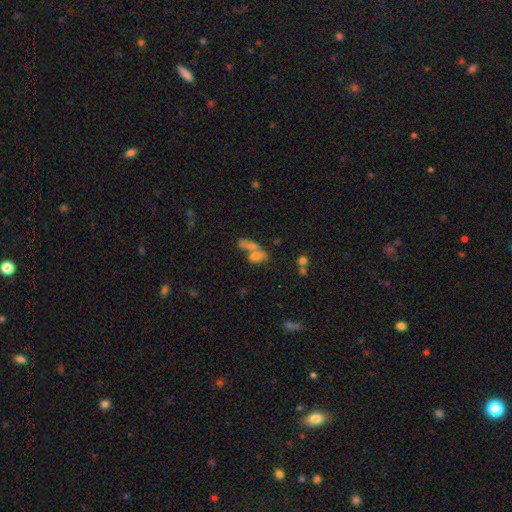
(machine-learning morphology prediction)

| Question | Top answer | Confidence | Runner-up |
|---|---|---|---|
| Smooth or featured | smooth | 66% | featured or disk (21%) |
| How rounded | in between | 80% | round (12%) |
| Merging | merger | 58% | none (25%) |